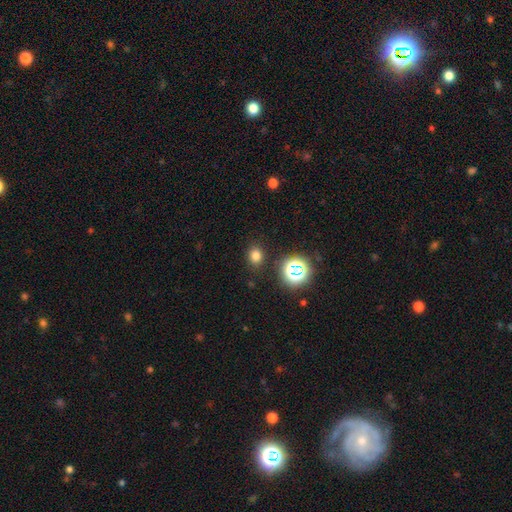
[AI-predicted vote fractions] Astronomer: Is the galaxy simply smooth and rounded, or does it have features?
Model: smooth — 74%.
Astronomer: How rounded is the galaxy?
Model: round — 57% (runner-up: in between, 42%).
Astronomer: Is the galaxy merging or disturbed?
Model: none — 86%.